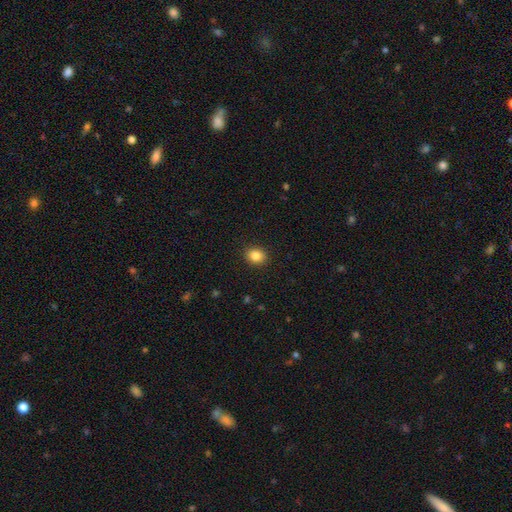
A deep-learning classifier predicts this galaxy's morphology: This is clearly a smooth galaxy (85%). How rounded: possibly round (54%). Merging: clearly none (90%).